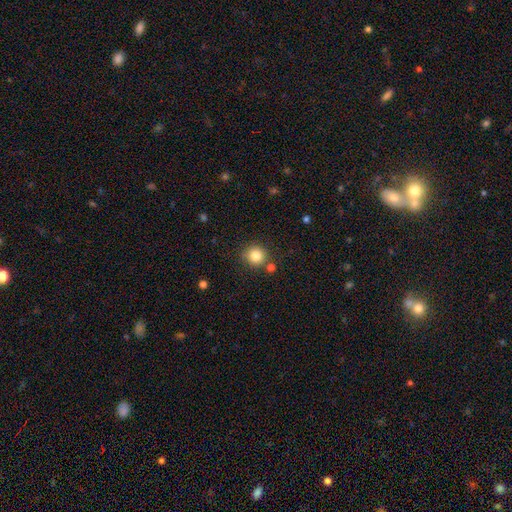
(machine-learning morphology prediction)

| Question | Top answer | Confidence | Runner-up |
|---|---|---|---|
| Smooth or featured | smooth | 83% | star or artifact (11%) |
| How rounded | round | 90% | in between (9%) |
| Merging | none | 79% | minor disturbance (10%) |